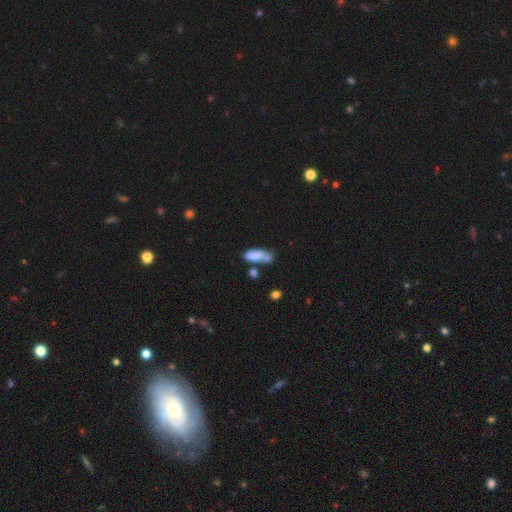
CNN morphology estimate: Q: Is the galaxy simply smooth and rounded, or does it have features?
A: smooth — 75%.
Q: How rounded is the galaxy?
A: in between — 65%.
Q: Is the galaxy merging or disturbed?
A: none — 35%.